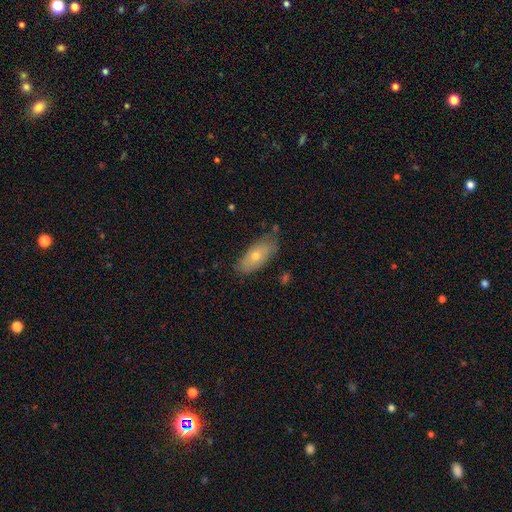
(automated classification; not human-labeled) This appears to be a smooth galaxy with no disk features (58%) that is in between round and cigar-shaped (82%). Merging: none (72%).